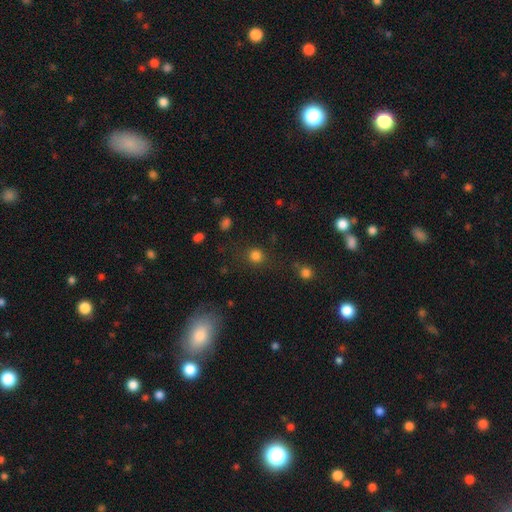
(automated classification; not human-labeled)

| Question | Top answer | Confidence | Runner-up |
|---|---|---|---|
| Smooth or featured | smooth | 81% | star or artifact (15%) |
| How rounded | round | 90% | in between (9%) |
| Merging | none | 81% | minor disturbance (9%) |